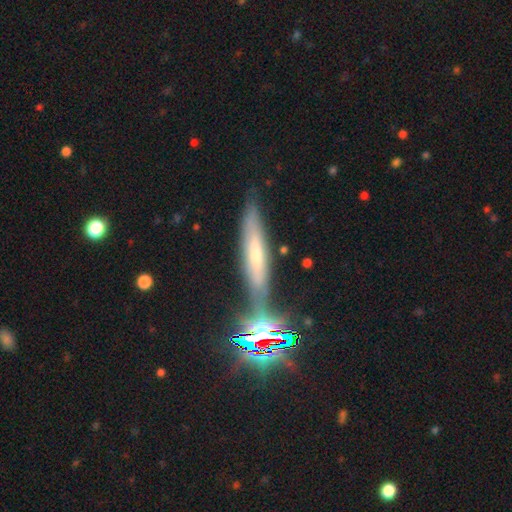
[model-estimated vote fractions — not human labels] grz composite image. It shows a featured or disk galaxy (43%). Merging: none (69%).